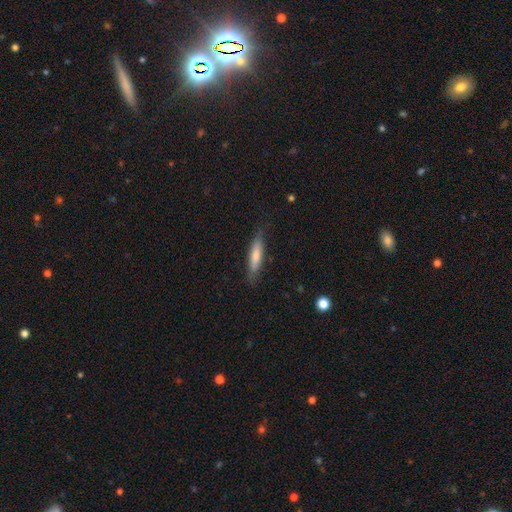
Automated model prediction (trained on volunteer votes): smooth-or-featured: smooth: 67% | featured or disk: 27% | star or artifact: 6%
  how-rounded: cigar-shaped: 81% | in between: 18% | round: 1%
  merging: none: 82% | minor disturbance: 14% | major disturbance: 3% | merger: 1%